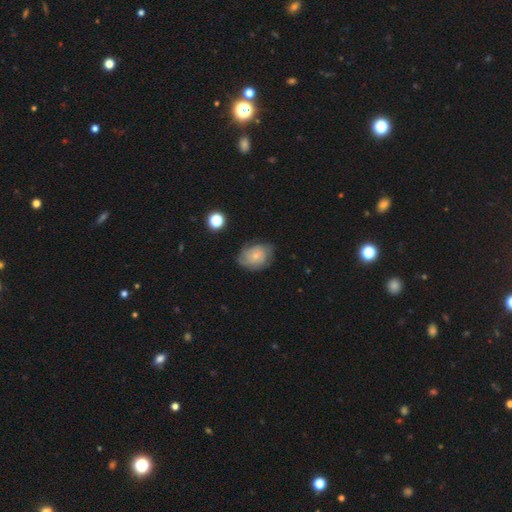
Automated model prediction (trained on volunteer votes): smooth_or_featured: featured or disk (p=0.48) [alt: smooth p=0.43]
merging: none (p=0.66) [alt: minor disturbance p=0.24]